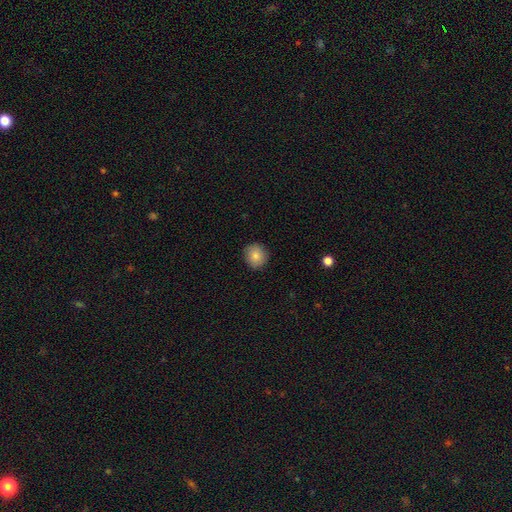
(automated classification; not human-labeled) This appears to be a smooth galaxy with no disk features (85%) that is round (88%). Merging: none (89%).